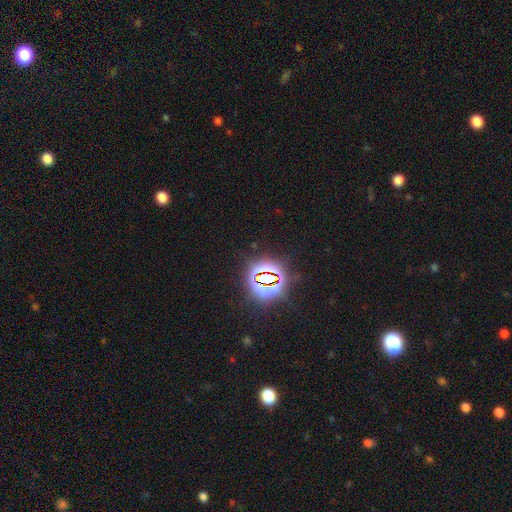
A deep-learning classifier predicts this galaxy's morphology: smooth-or-featured: star or artifact: 83% | smooth: 11% | featured or disk: 6%